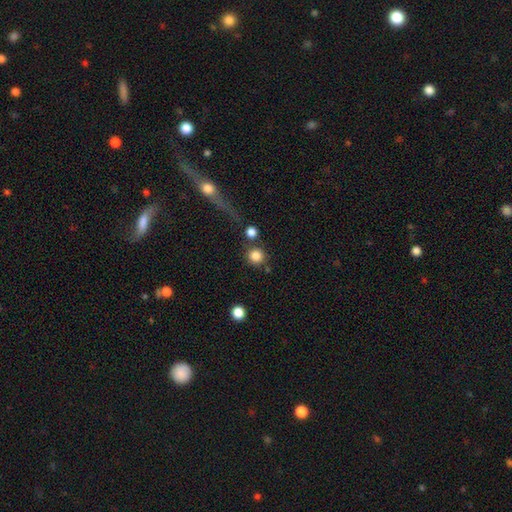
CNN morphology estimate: Smooth or featured: smooth — 84% (star or artifact — 10%)
How rounded: round — 93% (in between — 6%)
Merging: none — 76% (merger — 12%)